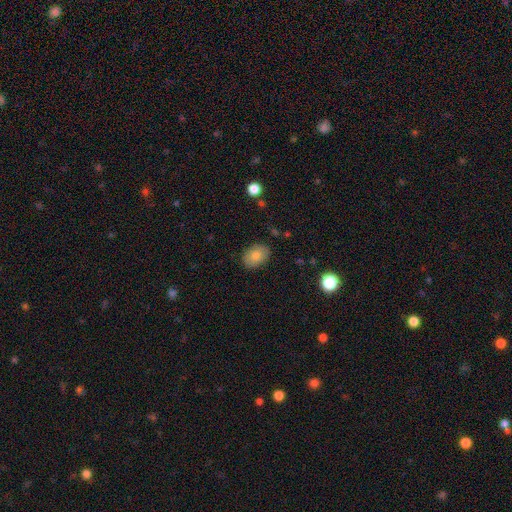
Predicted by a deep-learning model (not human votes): Morphology: type=smooth (79%); roundness=in between (78%); merging=none (87%).